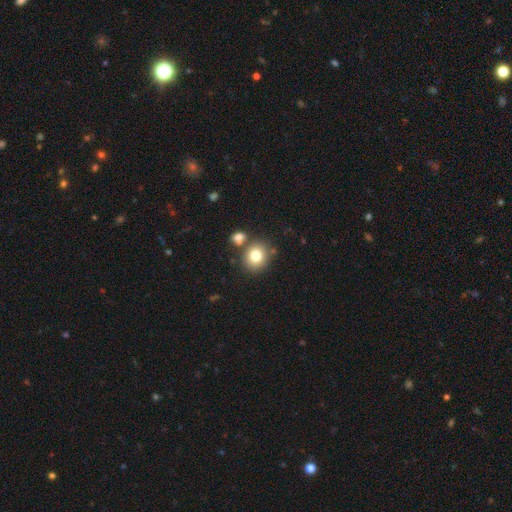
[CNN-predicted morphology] This appears to be a smooth galaxy with no disk features (79%) that is round (74%). Merging: none (69%).